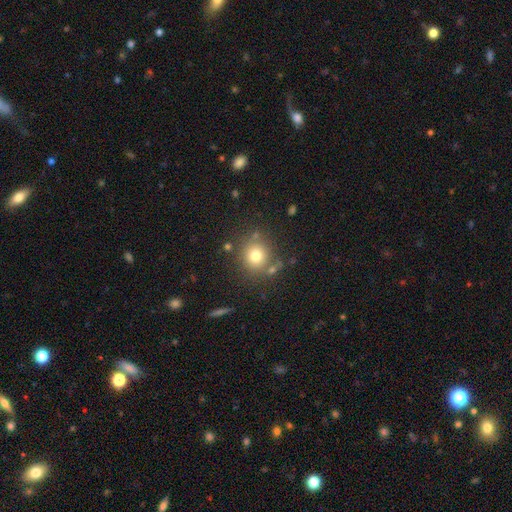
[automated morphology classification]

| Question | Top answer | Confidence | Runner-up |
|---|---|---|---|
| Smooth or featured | smooth | 76% | star or artifact (14%) |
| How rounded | round | 89% | in between (10%) |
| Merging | none | 77% | minor disturbance (10%) |